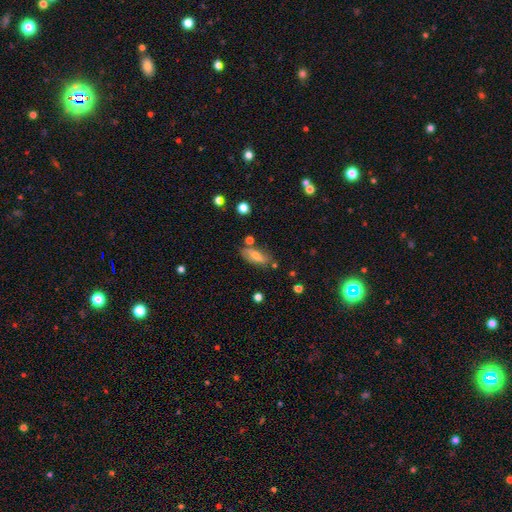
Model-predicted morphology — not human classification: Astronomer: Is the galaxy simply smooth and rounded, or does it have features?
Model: smooth — 65%.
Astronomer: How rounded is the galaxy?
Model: in between — 73%.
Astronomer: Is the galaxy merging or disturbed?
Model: none — 71%.